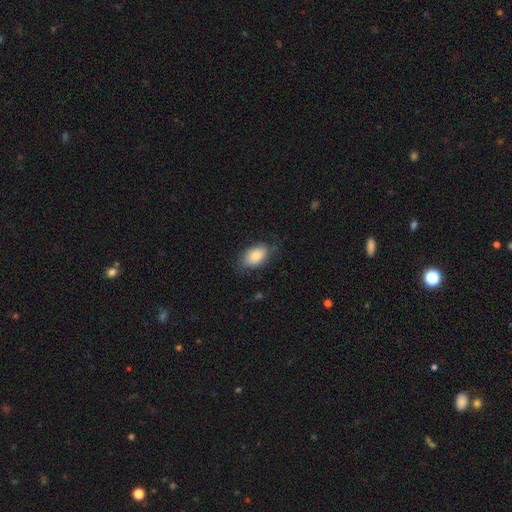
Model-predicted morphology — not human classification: Smooth or featured?
  - smooth: 81% *
  - featured or disk: 12%
  - star or artifact: 7%
How rounded?
  - in between: 91% *
  - round: 7%
  - cigar-shaped: 2%
Merging?
  - none: 71% *
  - minor disturbance: 21%
  - major disturbance: 7%
  - merger: 1%